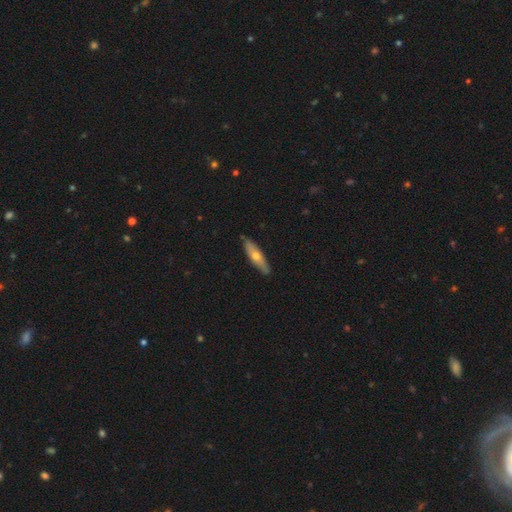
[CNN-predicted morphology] Smooth or featured?
  - smooth: 52% *
  - featured or disk: 42%
  - star or artifact: 5%
How rounded?
  - cigar-shaped: 69% *
  - in between: 29%
  - round: 2%
Merging?
  - none: 86% *
  - minor disturbance: 11%
  - major disturbance: 2%
  - merger: 1%